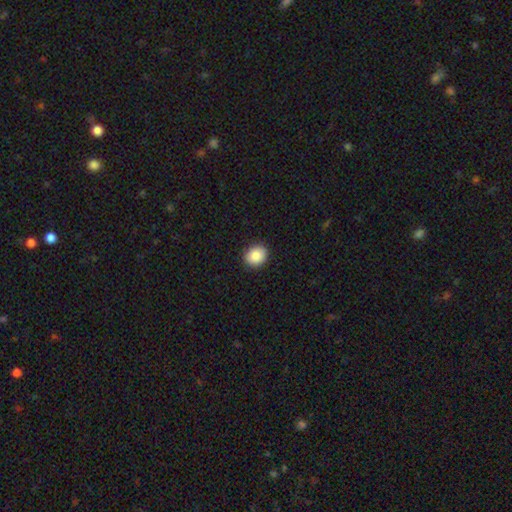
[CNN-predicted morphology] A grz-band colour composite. It shows a smooth galaxy with no disk features (88%) that is round (70%). Merging: none (90%).